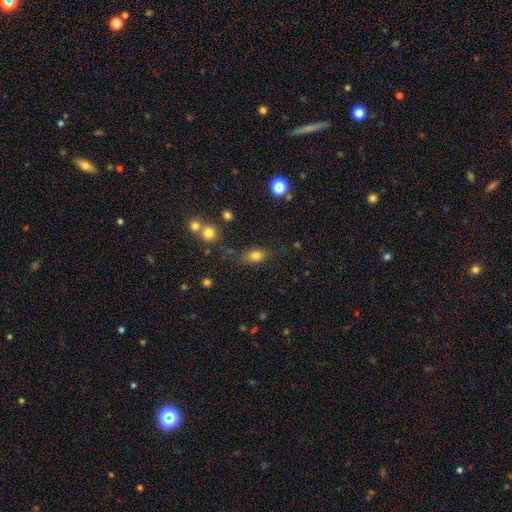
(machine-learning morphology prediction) A smooth galaxy with no disk features (79%) that is in between round and cigar-shaped (77%).

Vote fractions:
- Smooth or featured? smooth: 79% / star or artifact: 13% / featured or disk: 8%
- How rounded? in between: 77% / round: 19% / cigar-shaped: 4%
- Merging? none: 70% / minor disturbance: 18% / major disturbance: 7% / merger: 6%